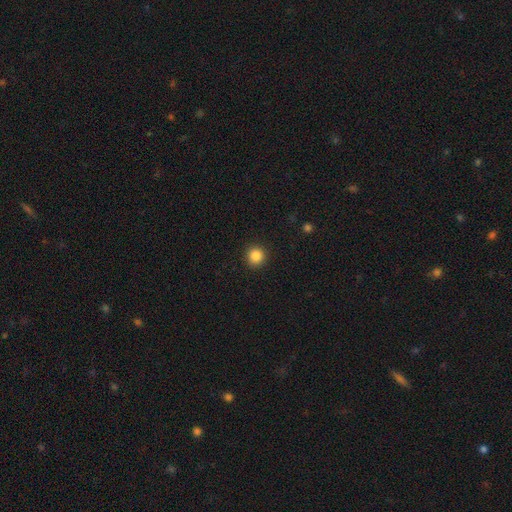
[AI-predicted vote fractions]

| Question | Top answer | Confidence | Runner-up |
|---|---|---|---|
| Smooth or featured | smooth | 85% | star or artifact (11%) |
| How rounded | round | 93% | in between (6%) |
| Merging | none | 92% | minor disturbance (5%) |